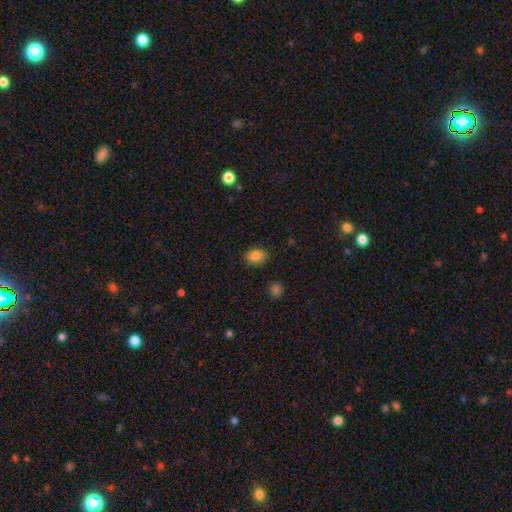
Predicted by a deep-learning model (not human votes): Morphology: type=smooth (84%); roundness=in between (68%); merging=none (83%).